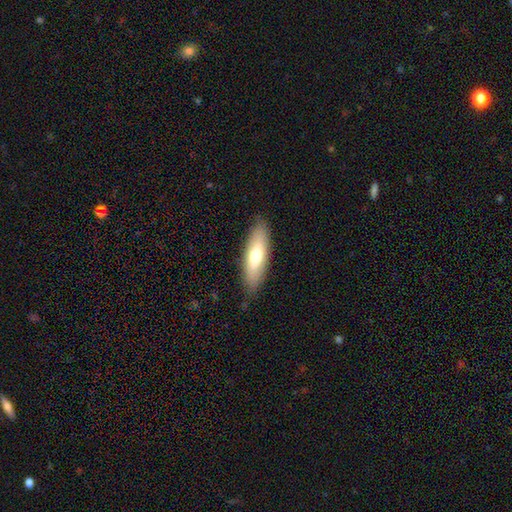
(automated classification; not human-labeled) Overall: smooth (66%; featured or disk 28%). How rounded: in between (55%; cigar-shaped 43%). Merging: none (85%).